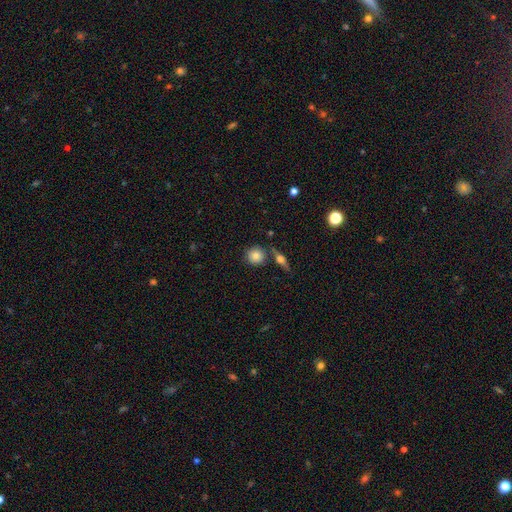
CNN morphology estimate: This is likely a smooth galaxy (76%). How rounded: clearly round (89%). Merging: likely none (78%).